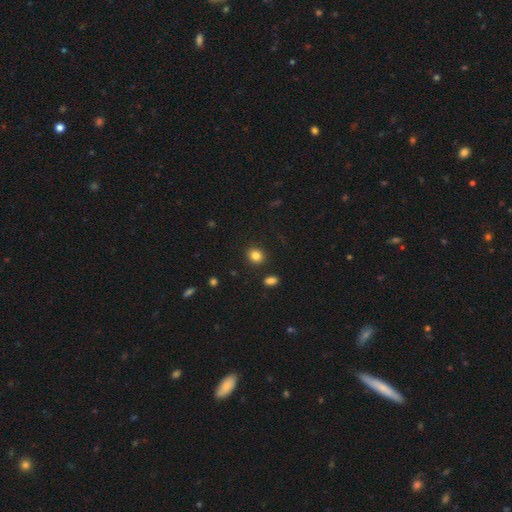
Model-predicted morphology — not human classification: Smooth or featured?
  - smooth: 84% *
  - star or artifact: 11%
  - featured or disk: 5%
How rounded?
  - round: 75% *
  - in between: 24%
  - cigar-shaped: 1%
Merging?
  - none: 88% *
  - minor disturbance: 7%
  - merger: 3%
  - major disturbance: 2%